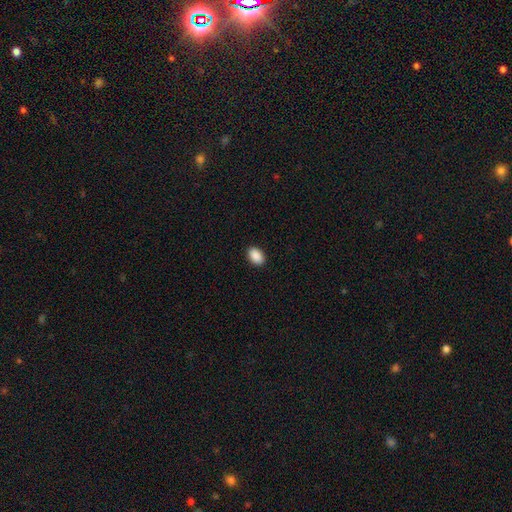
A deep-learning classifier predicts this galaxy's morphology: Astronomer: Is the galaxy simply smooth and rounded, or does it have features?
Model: smooth — 90%.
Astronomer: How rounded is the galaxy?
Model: in between — 86%.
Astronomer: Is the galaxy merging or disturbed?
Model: none — 91%.